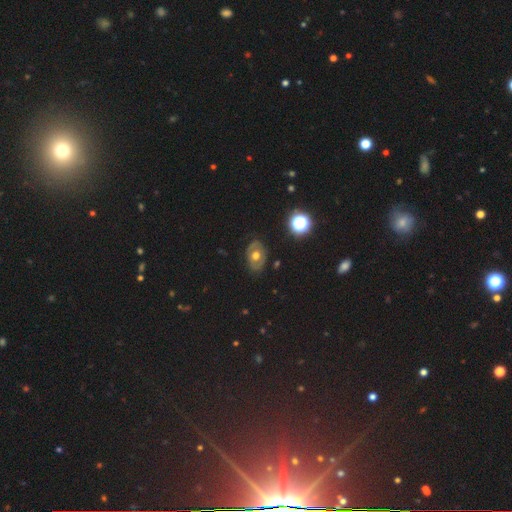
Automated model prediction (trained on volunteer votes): This is possibly a featured or disk galaxy (49%). Merging: clearly none (82%).